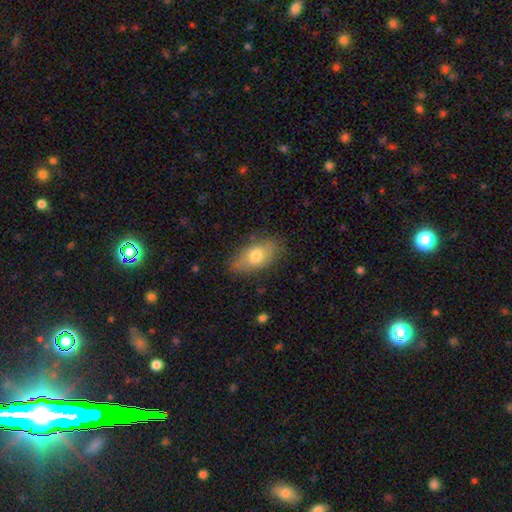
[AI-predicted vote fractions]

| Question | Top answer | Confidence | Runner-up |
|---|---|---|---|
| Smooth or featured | smooth | 73% | featured or disk (20%) |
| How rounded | in between | 89% | cigar-shaped (6%) |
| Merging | none | 81% | minor disturbance (14%) |